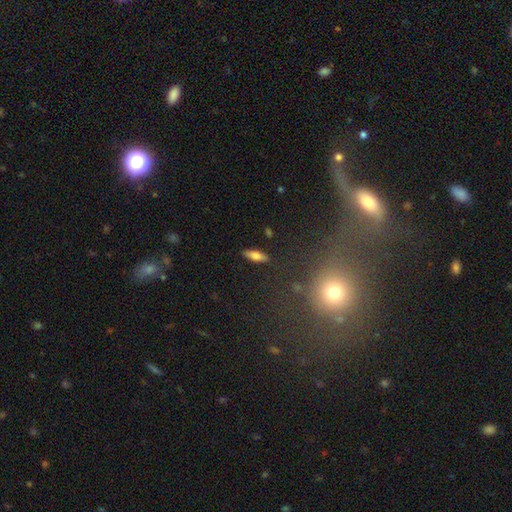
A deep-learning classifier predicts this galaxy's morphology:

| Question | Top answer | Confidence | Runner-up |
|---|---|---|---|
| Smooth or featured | smooth | 63% | featured or disk (29%) |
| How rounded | in between | 57% | cigar-shaped (40%) |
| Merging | none | 87% | minor disturbance (9%) |